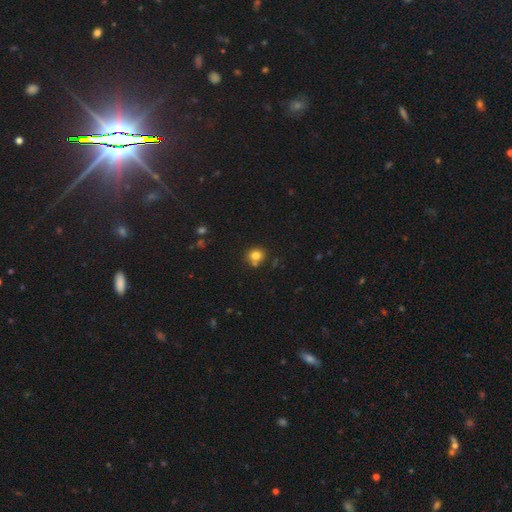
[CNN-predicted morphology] type=smooth (79%); roundness=round (83%); merging=none (70%).